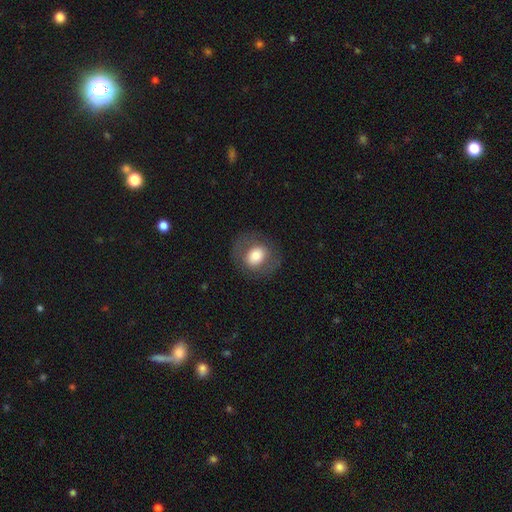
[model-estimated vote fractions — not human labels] Smooth or featured? Predicted: smooth (p=0.69). How rounded? Predicted: round (p=0.65). Merging? Predicted: none (p=0.79).